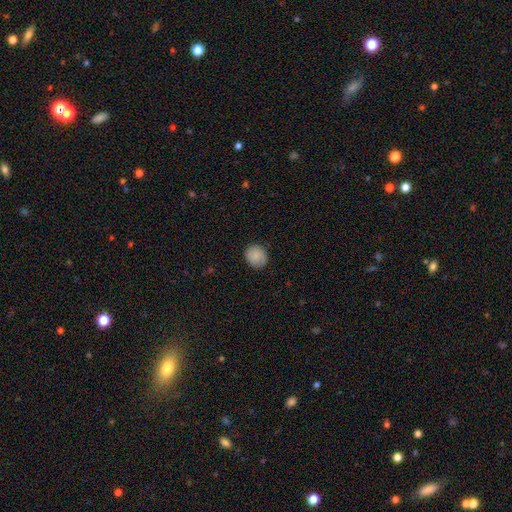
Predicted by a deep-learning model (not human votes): smooth_or_featured: smooth (p=0.86) [alt: featured or disk p=0.07]
how_rounded: round (p=0.80) [alt: in between p=0.19]
merging: none (p=0.86) [alt: minor disturbance p=0.10]